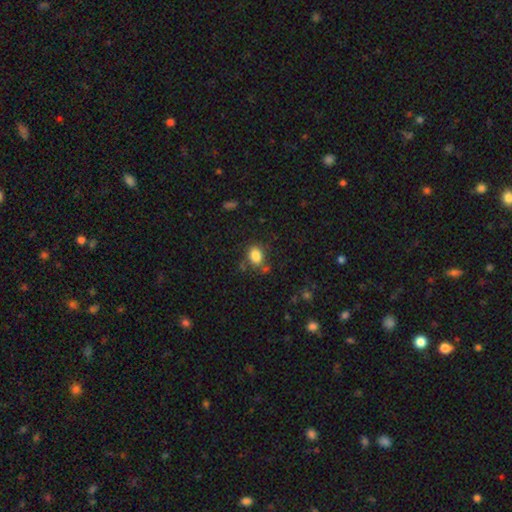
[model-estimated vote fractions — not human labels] Morphology: type=smooth (83%); roundness=in between (61%); merging=none (70%).